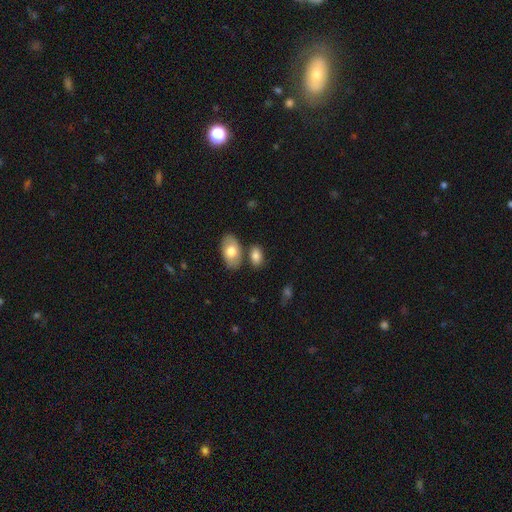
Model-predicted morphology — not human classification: Smooth or featured?
  - smooth: 77% *
  - featured or disk: 16%
  - star or artifact: 7%
How rounded?
  - in between: 91% *
  - round: 7%
  - cigar-shaped: 2%
Merging?
  - none: 68% *
  - merger: 16%
  - minor disturbance: 13%
  - major disturbance: 3%